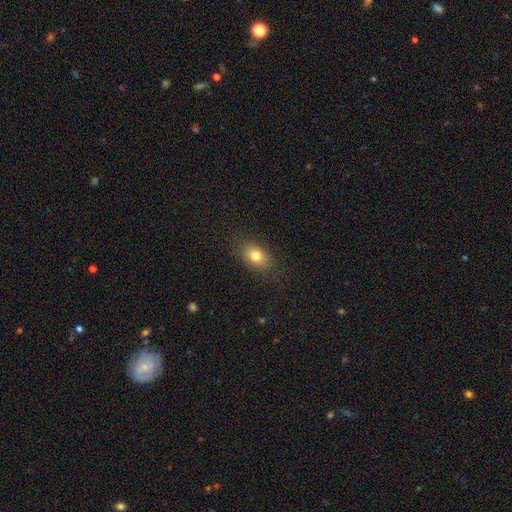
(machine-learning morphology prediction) Smooth or featured? smooth (78%)
How rounded? in between (74%)
Merging? none (85%)